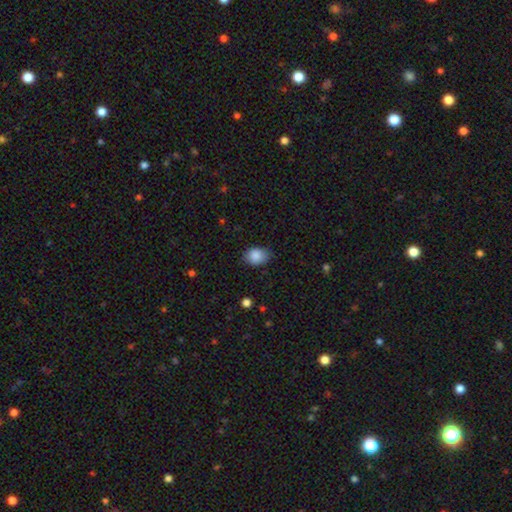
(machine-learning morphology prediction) smooth_or_featured: smooth (p=0.88) [alt: star or artifact p=0.08]
how_rounded: in between (p=0.66) [alt: round p=0.33]
merging: none (p=0.76) [alt: minor disturbance p=0.19]